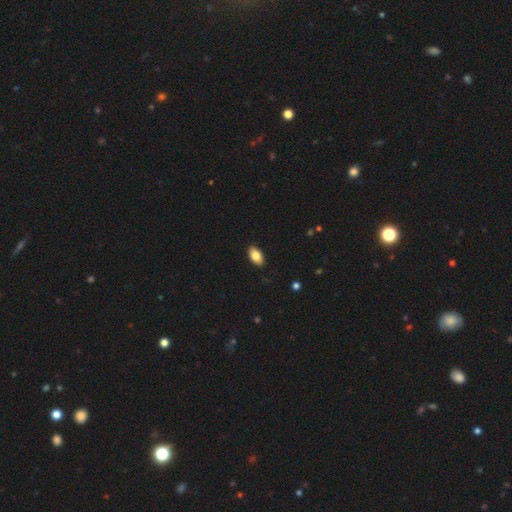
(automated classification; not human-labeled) Q: Smooth or featured?
A: smooth (84%); runner-up: featured or disk (9%)
Q: How rounded?
A: in between (93%); runner-up: round (4%)
Q: Merging?
A: none (89%); runner-up: minor disturbance (8%)